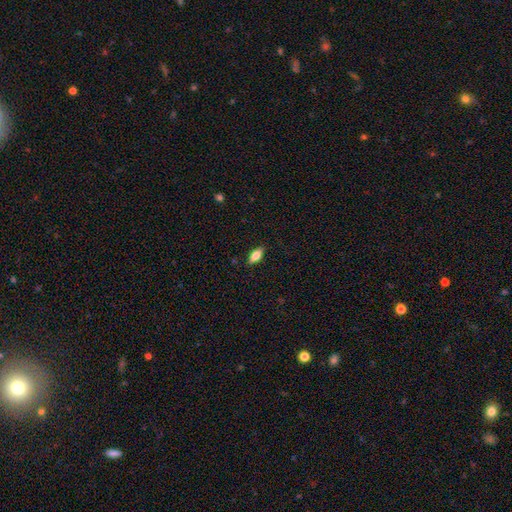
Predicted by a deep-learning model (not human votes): This appears to be a smooth galaxy with no disk features (73%) that is in between round and cigar-shaped (79%). Merging: none (87%).